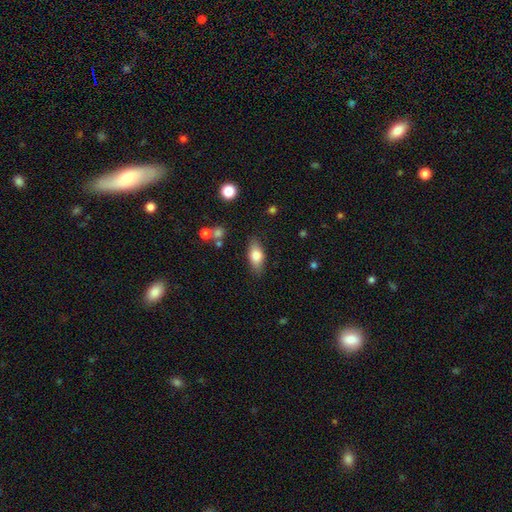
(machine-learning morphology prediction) Smooth or featured? smooth (76%)
How rounded? in between (84%)
Merging? none (82%)